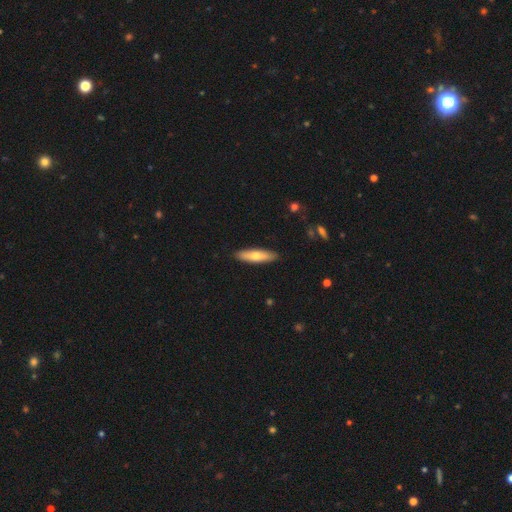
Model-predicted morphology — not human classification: Overall: smooth (62%; featured or disk 33%). How rounded: cigar-shaped (68%; in between 30%). Merging: none (90%).